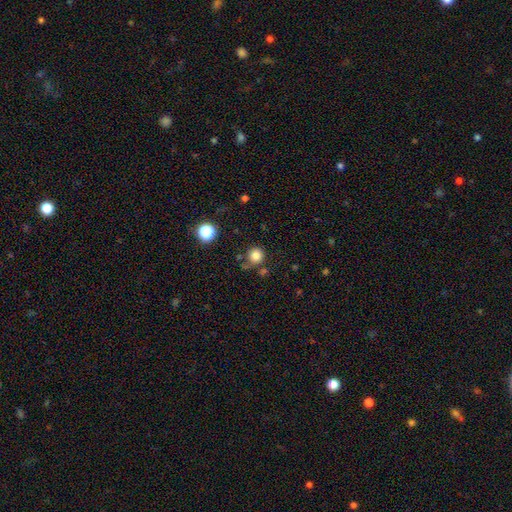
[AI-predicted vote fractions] This is clearly a smooth galaxy (81%). How rounded: clearly round (91%). Merging: likely none (76%).